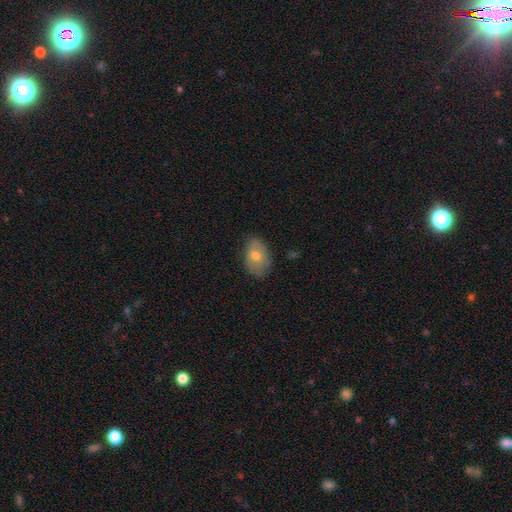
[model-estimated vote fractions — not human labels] The model was most divided on "smooth or featured": smooth: 64%, featured or disk: 28%, star or artifact: 9%. More confident: how rounded — in between (82%); merging — none (74%).